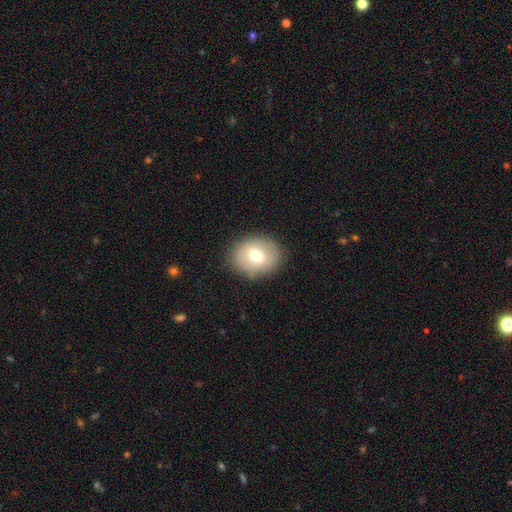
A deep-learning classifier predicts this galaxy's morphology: Overall: smooth (70%). How rounded: in between (51%; round 48%). Merging: none (85%).